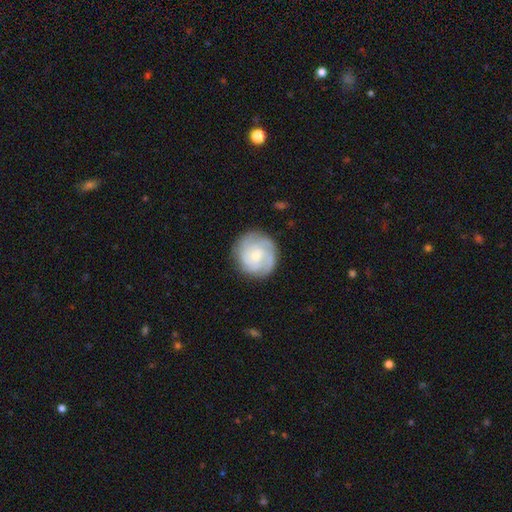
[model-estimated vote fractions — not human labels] This is likely a featured or disk galaxy (74%). It is clearly not viewed edge-on (98%). Bar: likely no (69%). Spiral arm pattern: clearly yes (94%). Spiral arm count: marginally 3 (38%). Spiral winding: likely tight (65%). Central bulge: possibly small (53%). Merging: clearly none (82%).